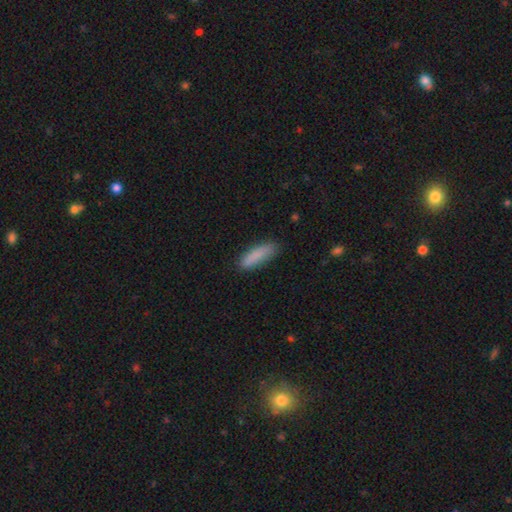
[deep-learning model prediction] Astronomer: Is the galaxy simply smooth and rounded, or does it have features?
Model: smooth — 86%.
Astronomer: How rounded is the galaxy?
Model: cigar-shaped — 63%.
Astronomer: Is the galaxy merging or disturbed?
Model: none — 78%.